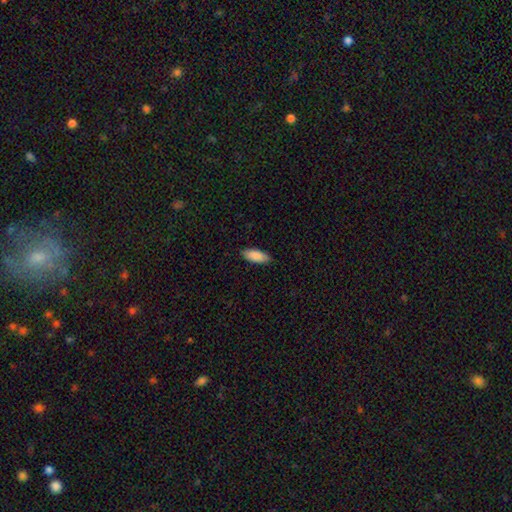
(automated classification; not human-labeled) The model was most divided on "how rounded": in between: 80%, cigar-shaped: 19%, round: 2%. More confident: smooth or featured — smooth (89%); merging — none (87%).